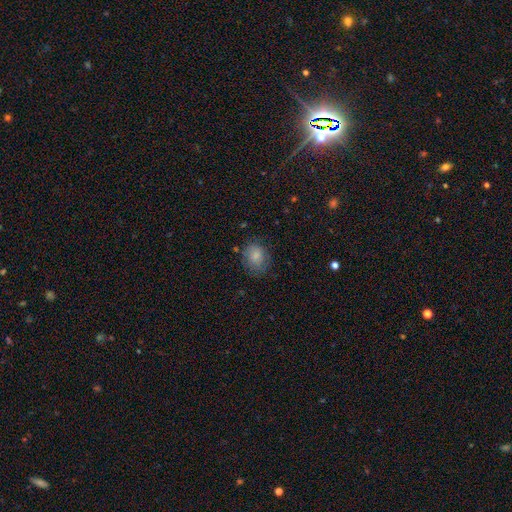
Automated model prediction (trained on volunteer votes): Morphology: type=smooth (83%); roundness=round (57%); merging=none (73%).